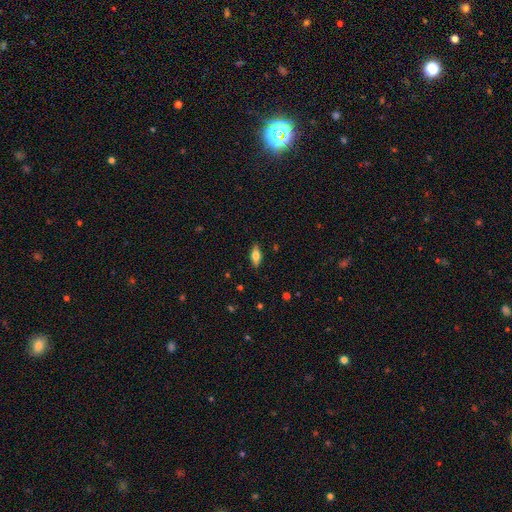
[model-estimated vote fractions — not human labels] A smooth galaxy with no disk features (60%) that is in between round and cigar-shaped (74%).

Vote fractions:
- Smooth or featured? smooth: 60% / featured or disk: 33% / star or artifact: 8%
- How rounded? in between: 74% / cigar-shaped: 23% / round: 3%
- Merging? none: 87% / minor disturbance: 10% / major disturbance: 2% / merger: 1%